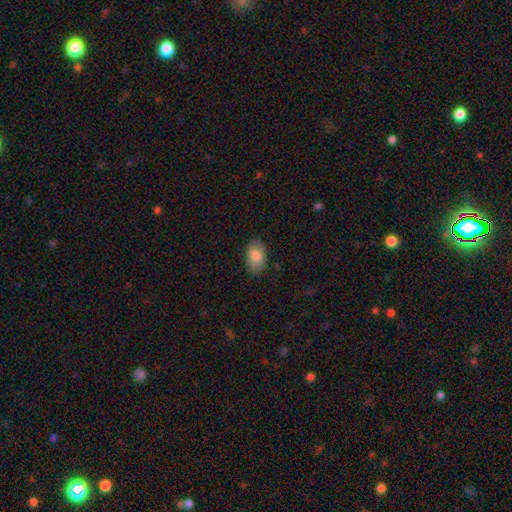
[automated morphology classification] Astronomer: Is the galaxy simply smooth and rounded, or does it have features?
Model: smooth — 80%.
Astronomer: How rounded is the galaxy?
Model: in between — 92%.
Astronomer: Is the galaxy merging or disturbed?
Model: none — 80%.